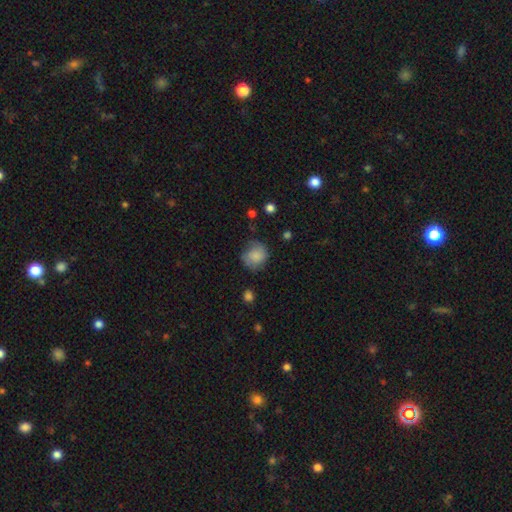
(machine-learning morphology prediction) type=smooth (76%); roundness=round (80%); merging=none (63%).